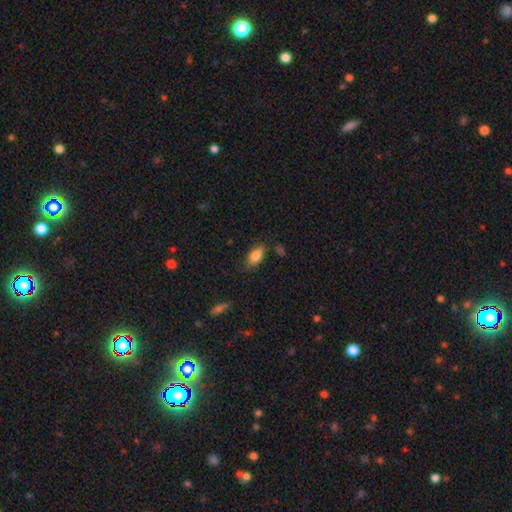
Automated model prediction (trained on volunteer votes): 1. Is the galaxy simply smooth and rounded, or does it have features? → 84% smooth, 8% star or artifact, 8% featured or disk.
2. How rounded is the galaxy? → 89% in between, 7% cigar-shaped, 4% round.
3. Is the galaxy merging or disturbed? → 78% none, 15% minor disturbance, 4% major disturbance, 3% merger.